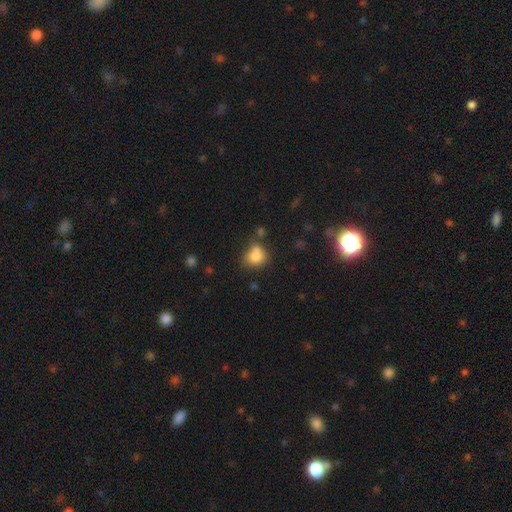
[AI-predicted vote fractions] Overall: smooth (80%). How rounded: round (67%; in between 32%). Merging: none (53%; merger 21%).